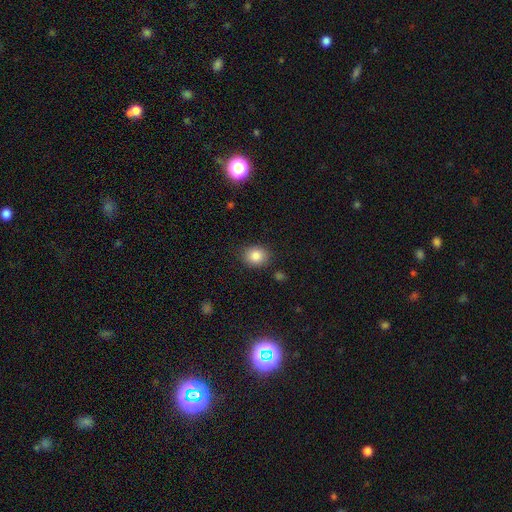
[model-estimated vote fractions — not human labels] The model was most divided on "how rounded": round: 62%, in between: 37%, cigar-shaped: 1%. More confident: smooth or featured — smooth (85%); merging — none (84%).